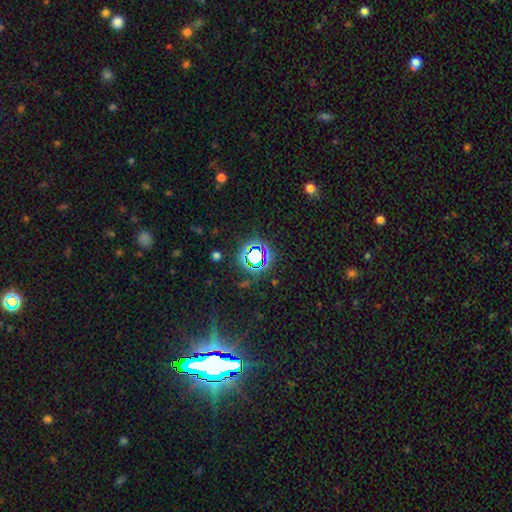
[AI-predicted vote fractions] star or artifact 70%, smooth 20%, featured or disk 10%.